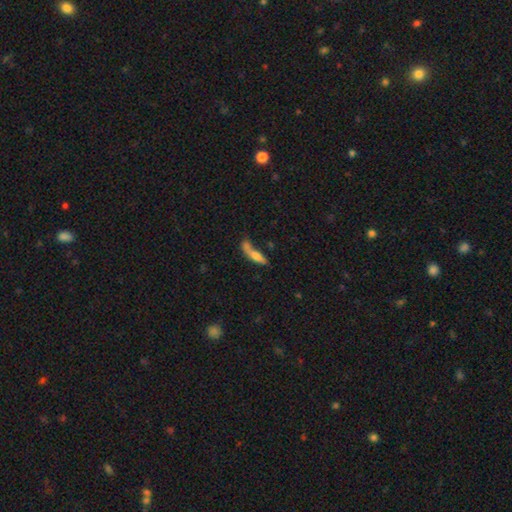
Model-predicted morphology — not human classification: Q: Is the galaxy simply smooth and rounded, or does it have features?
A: smooth — 62%.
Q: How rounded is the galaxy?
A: cigar-shaped — 72%.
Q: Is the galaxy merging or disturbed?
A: none — 40%.